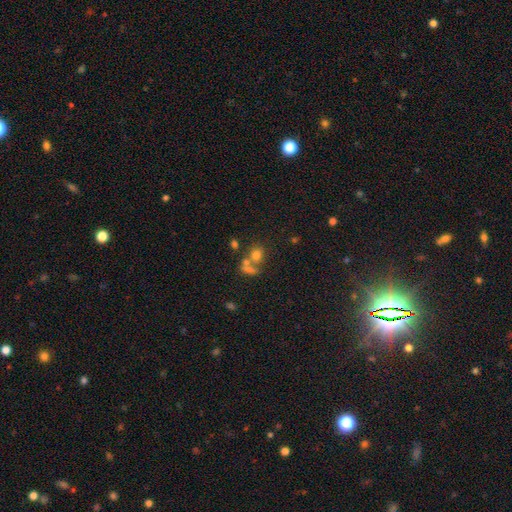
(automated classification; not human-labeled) smooth_or_featured: smooth (p=0.66) [alt: star or artifact p=0.19]
how_rounded: round (p=0.71) [alt: in between p=0.27]
merging: none (p=0.45) [alt: merger p=0.40]